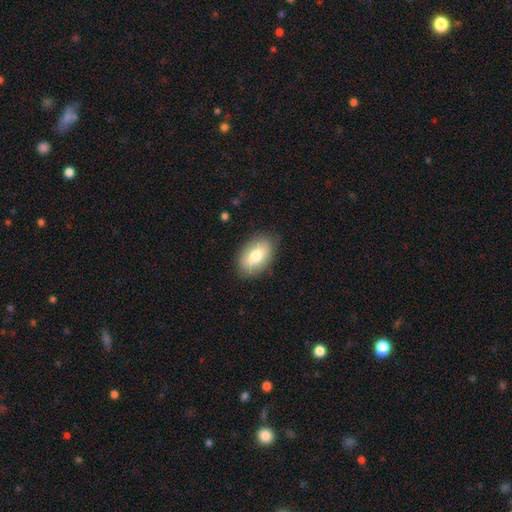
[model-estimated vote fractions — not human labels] smooth_or_featured: smooth (p=0.74) [alt: featured or disk p=0.19]
how_rounded: in between (p=0.92) [alt: round p=0.06]
merging: none (p=0.83) [alt: minor disturbance p=0.12]